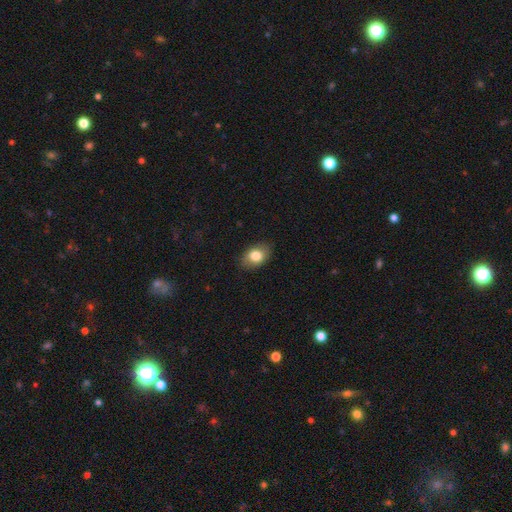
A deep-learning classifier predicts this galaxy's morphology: smooth-or-featured: smooth: 82% | featured or disk: 11% | star or artifact: 8%
  how-rounded: in between: 81% | round: 18% | cigar-shaped: 1%
  merging: none: 85% | minor disturbance: 12% | major disturbance: 3% | merger: 1%